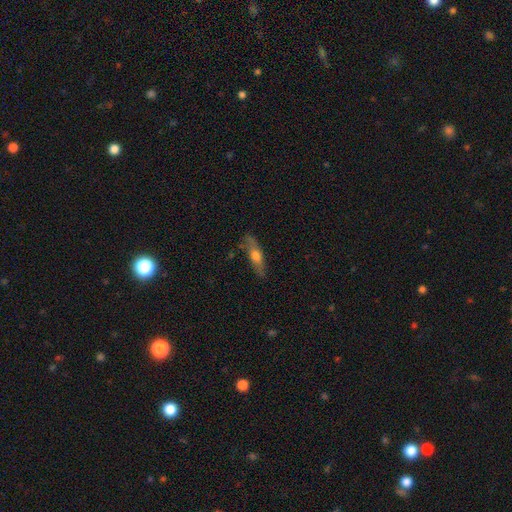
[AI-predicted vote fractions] The model was most divided on "smooth or featured": smooth: 52%, featured or disk: 41%, star or artifact: 7%. More confident: merging — none (73%); how rounded — cigar-shaped (56%).